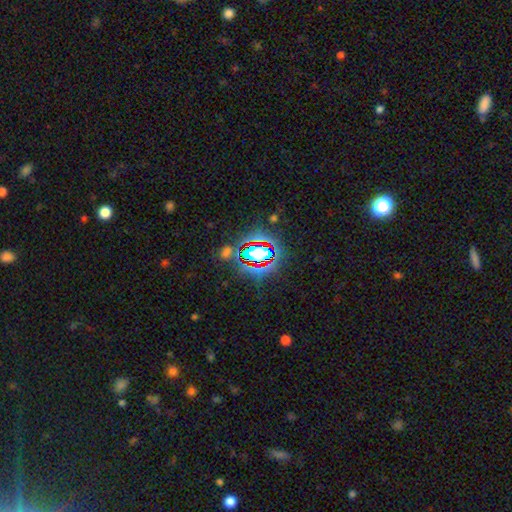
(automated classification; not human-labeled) Overall: star or artifact (67%).